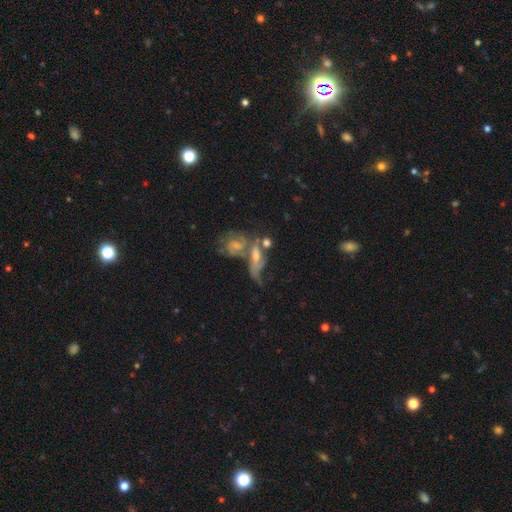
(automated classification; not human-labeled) Morphology: type=featured or disk (58%); edge-on=no (80%); merging=merger (47%).